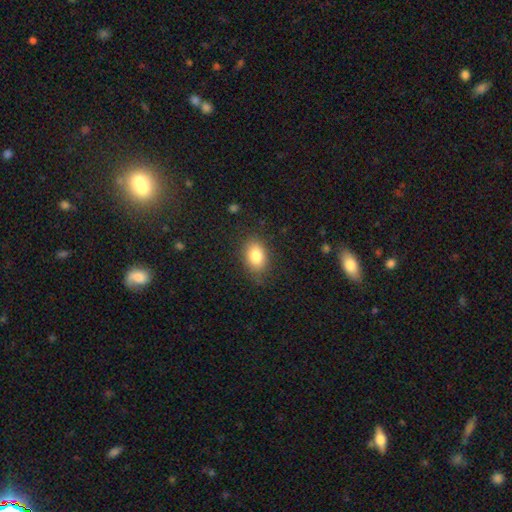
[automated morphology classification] smooth-or-featured: smooth: 82% | featured or disk: 9% | star or artifact: 9%
  how-rounded: in between: 79% | round: 20% | cigar-shaped: 1%
  merging: none: 82% | minor disturbance: 13% | major disturbance: 4% | merger: 1%